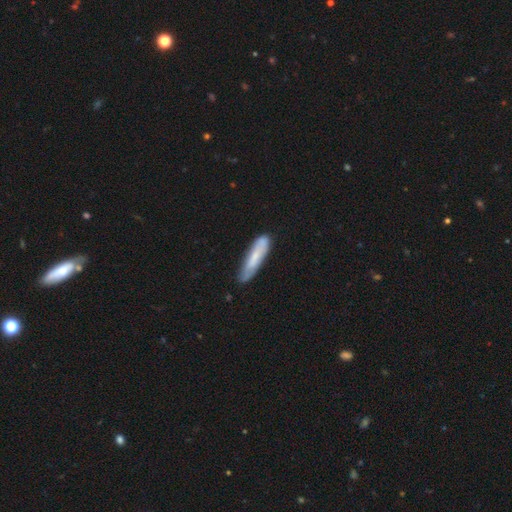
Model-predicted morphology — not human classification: Smooth or featured? Predicted: smooth (p=0.64). How rounded? Predicted: cigar-shaped (p=0.80). Merging? Predicted: none (p=0.74).